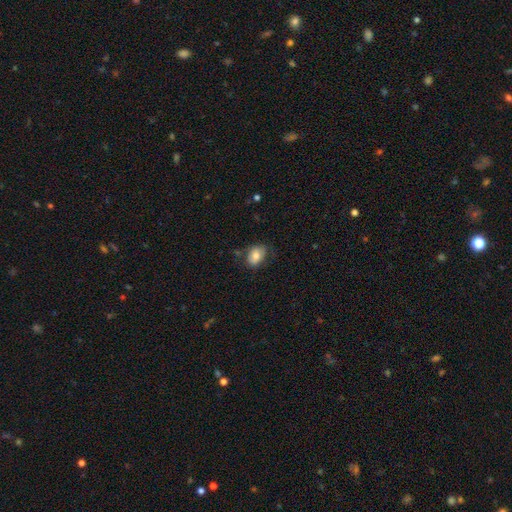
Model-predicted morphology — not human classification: Overall: smooth (76%). How rounded: in between (79%). Merging: none (69%).